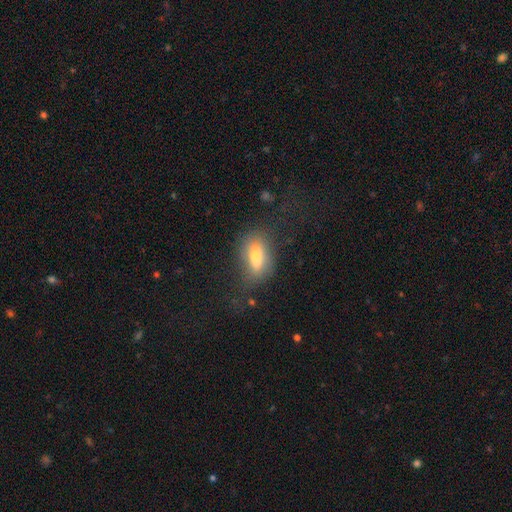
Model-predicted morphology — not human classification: The model was most divided on "merging": none: 55%, minor disturbance: 22%, major disturbance: 17%, merger: 5%. More confident: how rounded — in between (76%); smooth or featured — smooth (67%).